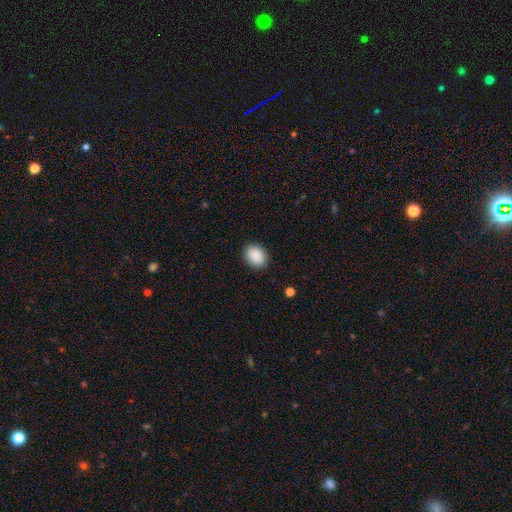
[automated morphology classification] smooth_or_featured: smooth (p=0.90) [alt: star or artifact p=0.07]
how_rounded: in between (p=0.64) [alt: round p=0.35]
merging: none (p=0.89) [alt: minor disturbance p=0.08]